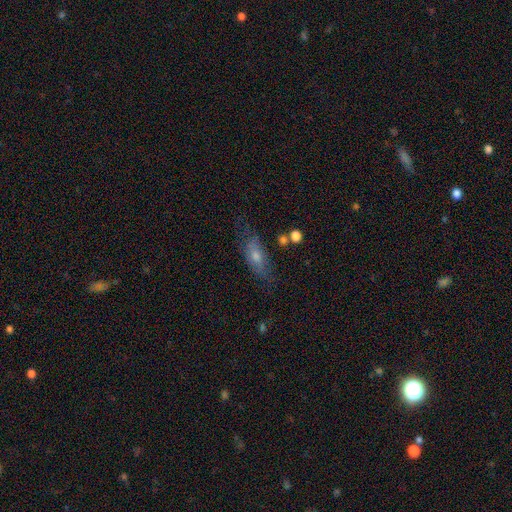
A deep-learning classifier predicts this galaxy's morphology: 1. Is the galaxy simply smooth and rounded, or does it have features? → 46% smooth, 42% featured or disk, 12% star or artifact.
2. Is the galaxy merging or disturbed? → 64% none, 22% minor disturbance, 10% major disturbance, 4% merger.